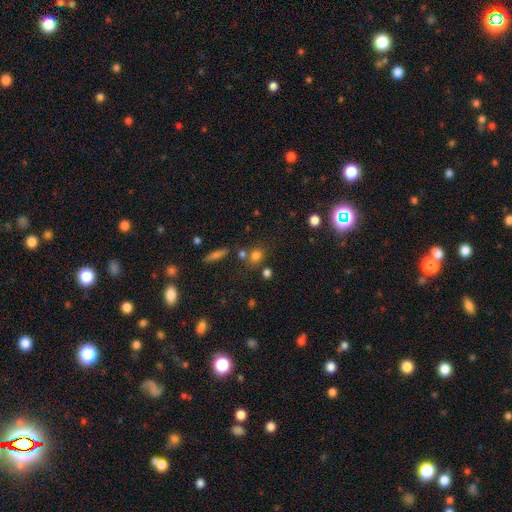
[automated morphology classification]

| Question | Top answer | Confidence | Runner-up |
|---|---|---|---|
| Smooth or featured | smooth | 76% | star or artifact (15%) |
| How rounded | round | 64% | in between (33%) |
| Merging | none | 65% | merger (19%) |